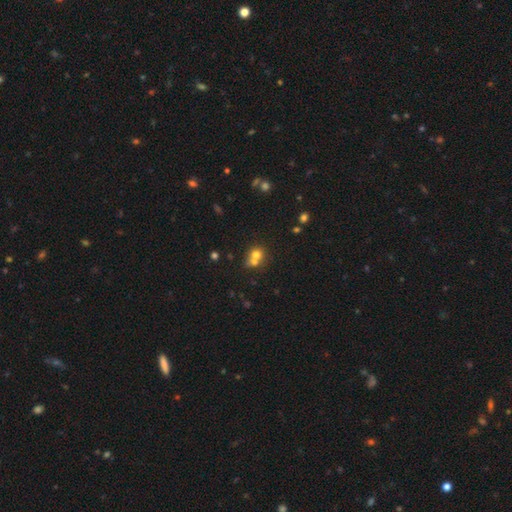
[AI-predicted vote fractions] Overall: smooth (67%). How rounded: round (78%). Merging: merger (56%; none 33%).